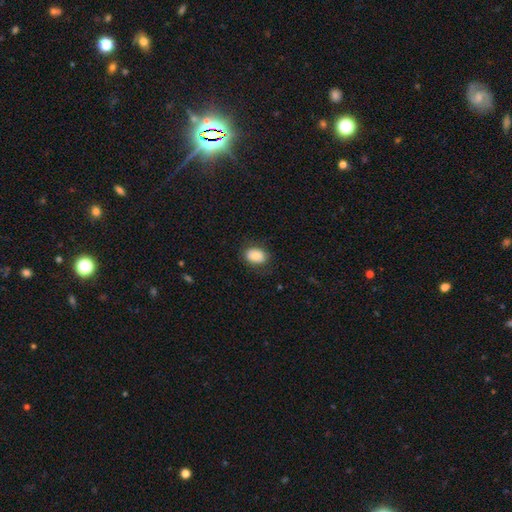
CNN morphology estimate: Q: Smooth or featured?
A: smooth (83%); runner-up: featured or disk (10%)
Q: How rounded?
A: in between (73%); runner-up: round (26%)
Q: Merging?
A: none (80%); runner-up: minor disturbance (14%)